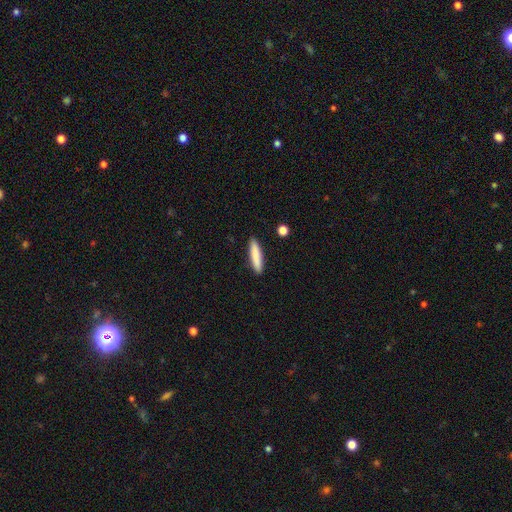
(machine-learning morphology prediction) A smooth galaxy with no disk features (84%) that is cigar-shaped (86%). Merging: none (90%).